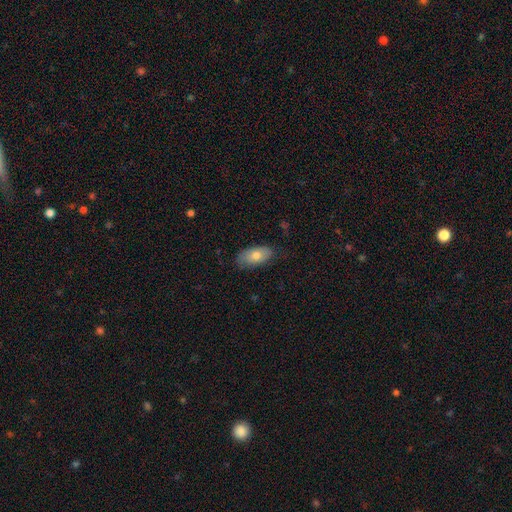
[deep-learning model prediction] Overall: smooth (75%). How rounded: in between (92%). Merging: none (76%).